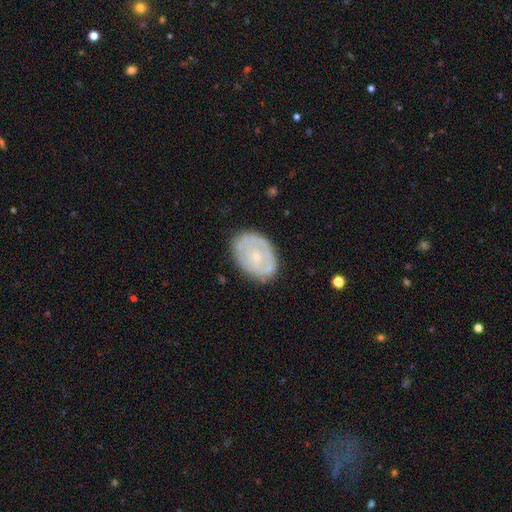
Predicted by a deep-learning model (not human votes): Smooth or featured: featured or disk — 59% (smooth — 35%)
Edge-on disk: no — 95% (yes — 5%)
Bar: no — 84% (weak — 13%)
Spiral arms: no — 59% (yes — 41%)
Bulge size: small — 70% (moderate — 26%)
Merging: none — 75% (minor disturbance — 18%)